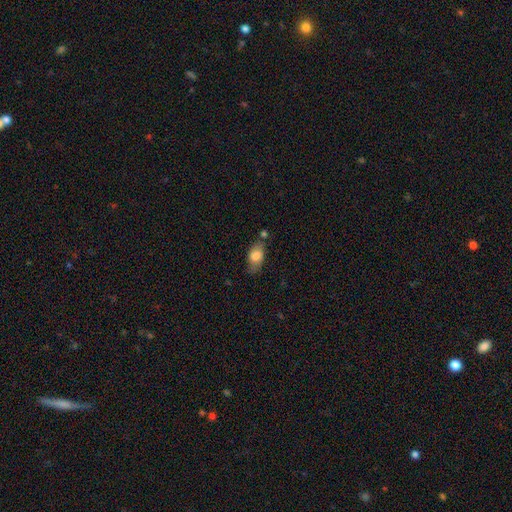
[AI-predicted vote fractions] smooth_or_featured: smooth (p=0.77) [alt: featured or disk p=0.16]
how_rounded: in between (p=0.87) [alt: round p=0.08]
merging: none (p=0.59) [alt: minor disturbance p=0.25]